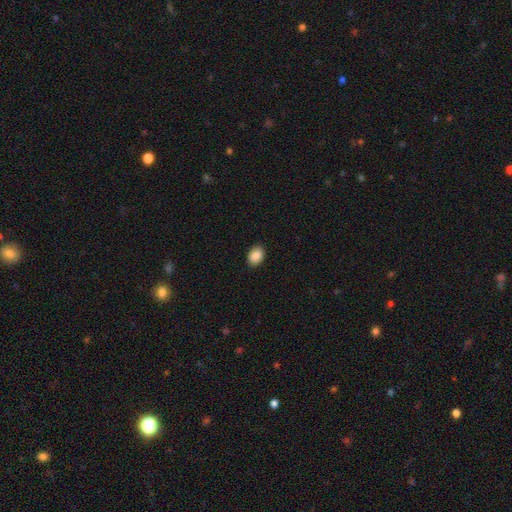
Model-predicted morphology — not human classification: This is clearly a smooth galaxy (88%). How rounded: likely in between (79%). Merging: clearly none (88%).